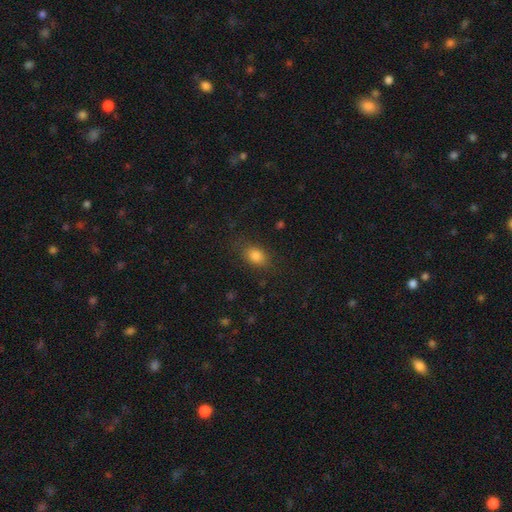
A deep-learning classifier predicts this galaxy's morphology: Smooth or featured? Predicted: smooth (p=0.82). How rounded? Predicted: in between (p=0.78). Merging? Predicted: none (p=0.80).